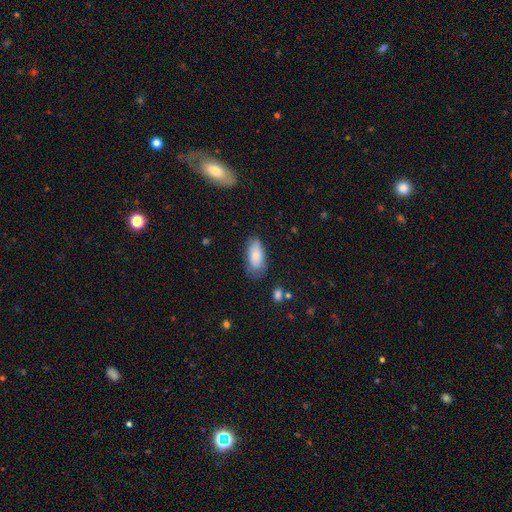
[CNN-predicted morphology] A smooth galaxy with no disk features (80%) that is in between round and cigar-shaped (87%).

Vote fractions:
- Smooth or featured? smooth: 80% / featured or disk: 13% / star or artifact: 7%
- How rounded? in between: 87% / cigar-shaped: 11% / round: 3%
- Merging? none: 69% / minor disturbance: 23% / major disturbance: 6% / merger: 2%